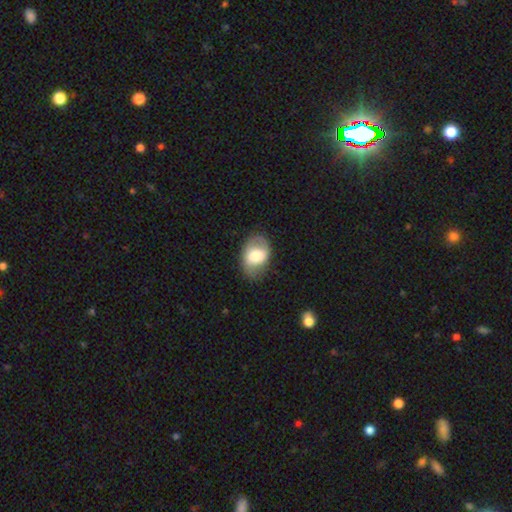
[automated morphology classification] Smooth or featured? Predicted: smooth (p=0.56). How rounded? Predicted: in between (p=0.79). Merging? Predicted: none (p=0.72).